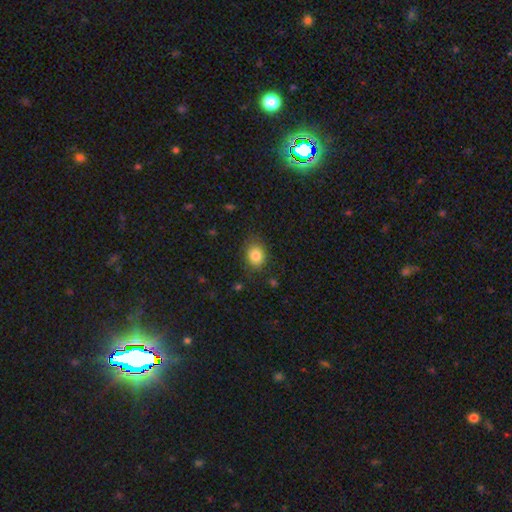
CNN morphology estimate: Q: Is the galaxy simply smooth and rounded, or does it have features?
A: smooth — 84%.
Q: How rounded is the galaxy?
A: in between — 52%.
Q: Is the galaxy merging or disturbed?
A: none — 79%.